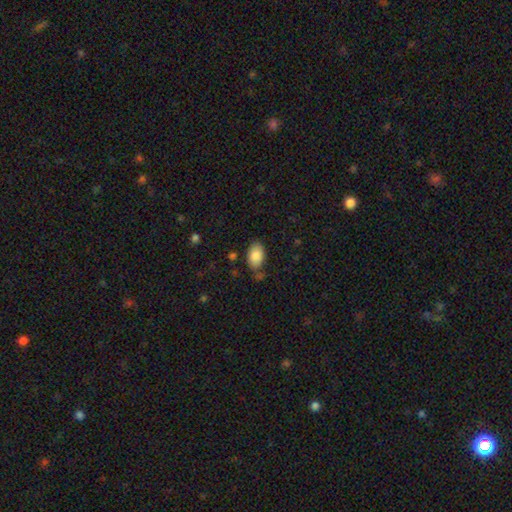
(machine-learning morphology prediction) smooth-or-featured: smooth: 86% | featured or disk: 7% | star or artifact: 7%
  how-rounded: in between: 92% | round: 7% | cigar-shaped: 1%
  merging: none: 74% | minor disturbance: 17% | merger: 5% | major disturbance: 4%